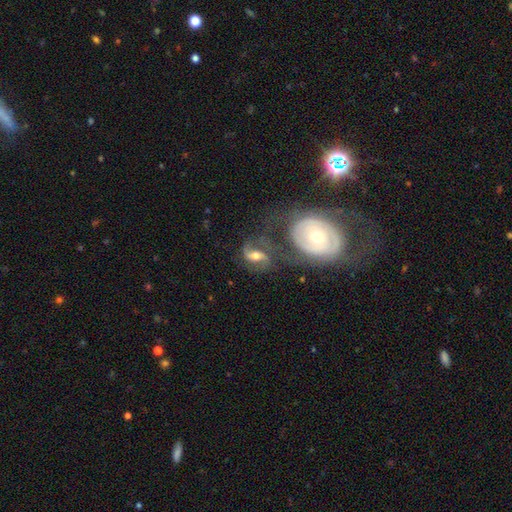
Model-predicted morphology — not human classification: A featured or disk galaxy (80%) with a weak bar (43%), 2 (88%) medium (44%) spiral arms (93%) and a moderate central bulge (67%).

Vote fractions:
- Smooth or featured? featured or disk: 80% / smooth: 13% / star or artifact: 7%
- Edge-on disk? no: 96% / yes: 4%
- Bar? weak: 43% / no: 32% / strong: 25%
- Spiral arms? yes: 93% / no: 7%
- Spiral winding? medium: 44% / loose: 41% / tight: 15%
- Spiral arm count? 2: 88% / 1: 4% / can't tell: 4% / 3: 2% / 4: 1% / more than 4: 1%
- Bulge size? moderate: 67% / small: 23% / large: 8% / none: 2% / dominant: 1%
- Merging? none: 42% / merger: 25% / minor disturbance: 17% / major disturbance: 16%